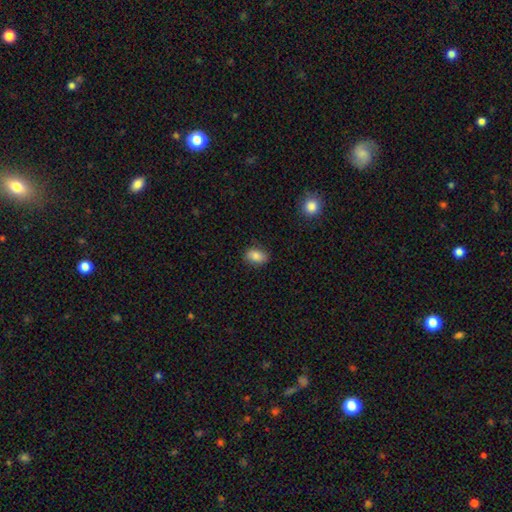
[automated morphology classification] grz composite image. It shows a smooth galaxy with no disk features (86%) that is in between round and cigar-shaped (83%). Merging: none (83%).